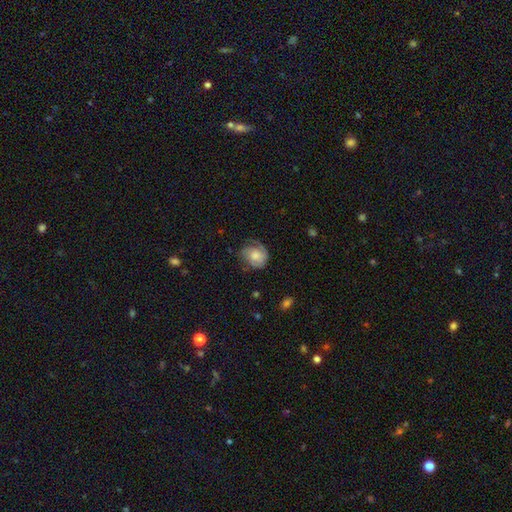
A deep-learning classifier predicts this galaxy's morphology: The model was most divided on "smooth or featured": featured or disk: 50%, smooth: 43%, star or artifact: 7%. More confident: merging — none (55%).